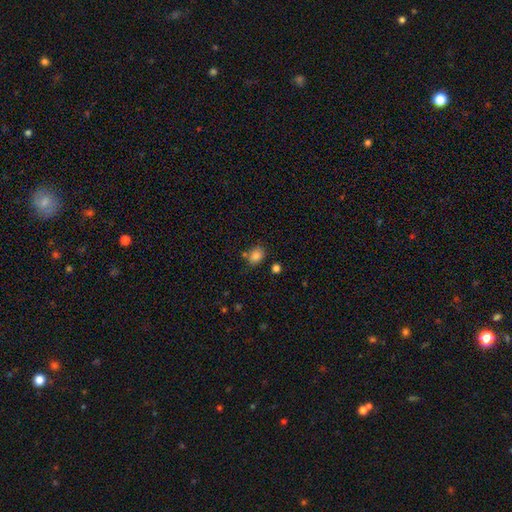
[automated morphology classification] Q: Smooth or featured?
A: smooth (83%); runner-up: star or artifact (10%)
Q: How rounded?
A: in between (64%); runner-up: round (35%)
Q: Merging?
A: none (73%); runner-up: minor disturbance (15%)